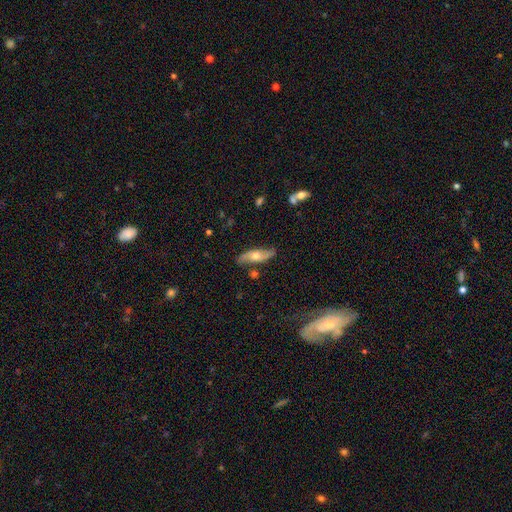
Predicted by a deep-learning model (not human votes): This is likely a featured or disk galaxy (60%). It is likely not viewed edge-on (66%). Merging: likely none (76%).